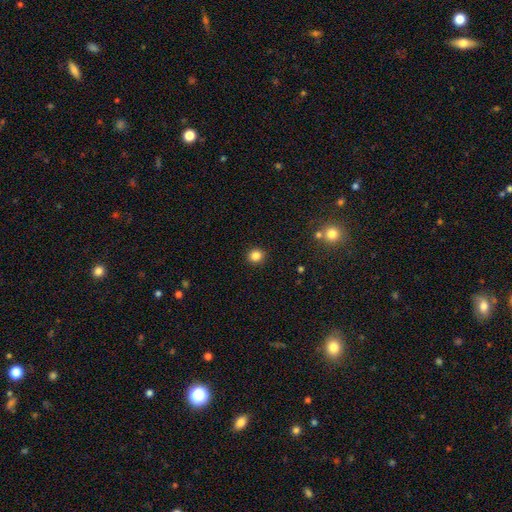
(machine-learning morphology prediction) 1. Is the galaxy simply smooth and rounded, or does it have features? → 85% smooth, 11% star or artifact, 4% featured or disk.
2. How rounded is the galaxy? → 90% round, 9% in between, 1% cigar-shaped.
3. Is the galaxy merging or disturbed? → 93% none, 5% minor disturbance, 2% major disturbance, 1% merger.